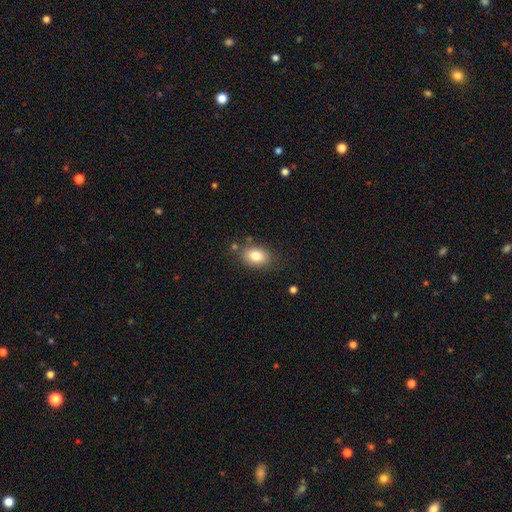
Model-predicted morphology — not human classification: smooth 82%, featured or disk 9%, star or artifact 9%. Down the decision tree: how rounded — in between (79%); merging — none (79%).